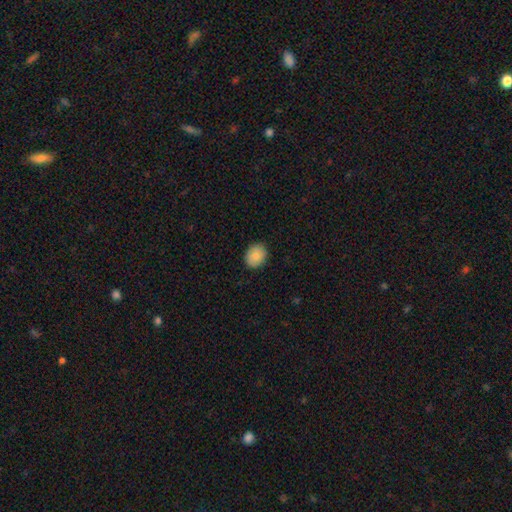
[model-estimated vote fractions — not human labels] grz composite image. It shows a smooth galaxy with no disk features (87%) that is round (54%). Merging: none (88%).